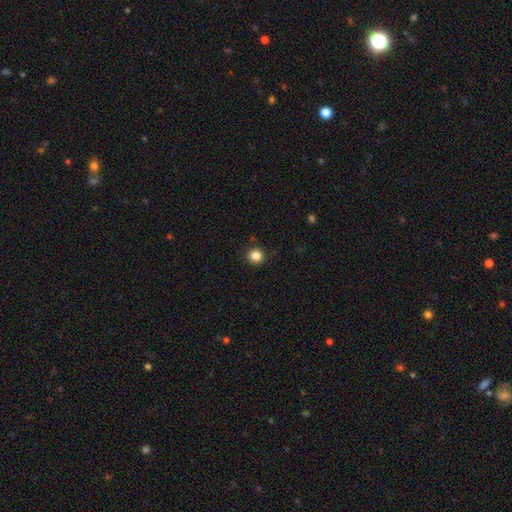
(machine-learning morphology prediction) This appears to be a smooth galaxy with no disk features (85%) that is round (92%). Merging: none (91%).